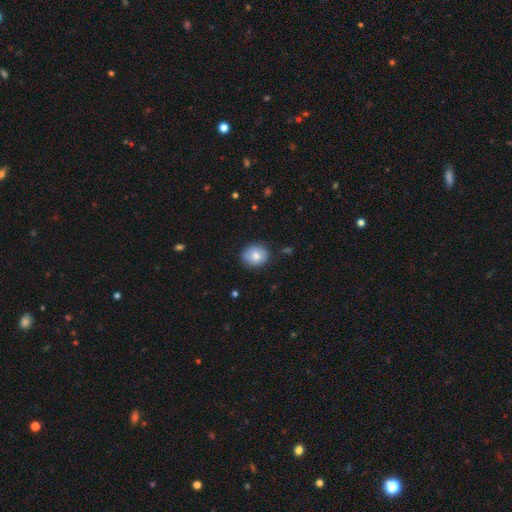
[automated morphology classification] A smooth galaxy with no disk features (77%) that is round (74%).

Vote fractions:
- Smooth or featured? smooth: 77% / featured or disk: 14% / star or artifact: 8%
- How rounded? round: 74% / in between: 25% / cigar-shaped: 1%
- Merging? none: 84% / minor disturbance: 12% / major disturbance: 2% / merger: 1%